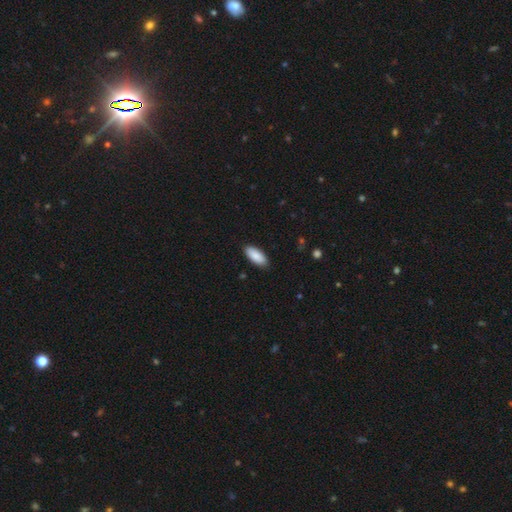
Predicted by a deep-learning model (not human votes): This is clearly a smooth galaxy (89%). How rounded: clearly in between (85%). Merging: clearly none (88%).